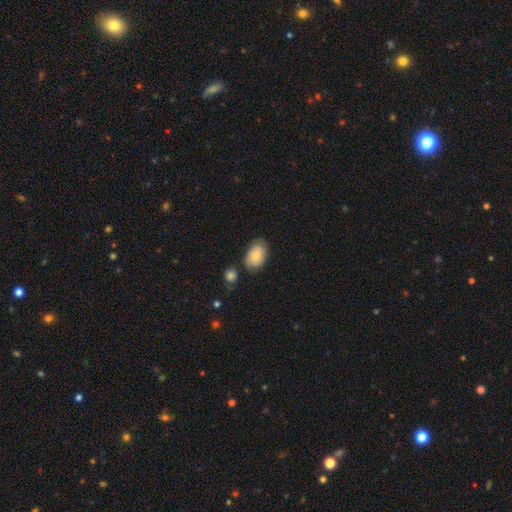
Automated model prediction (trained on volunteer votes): smooth-or-featured: smooth: 78% | featured or disk: 15% | star or artifact: 7%
  how-rounded: in between: 88% | round: 11% | cigar-shaped: 1%
  merging: none: 69% | minor disturbance: 20% | merger: 6% | major disturbance: 5%